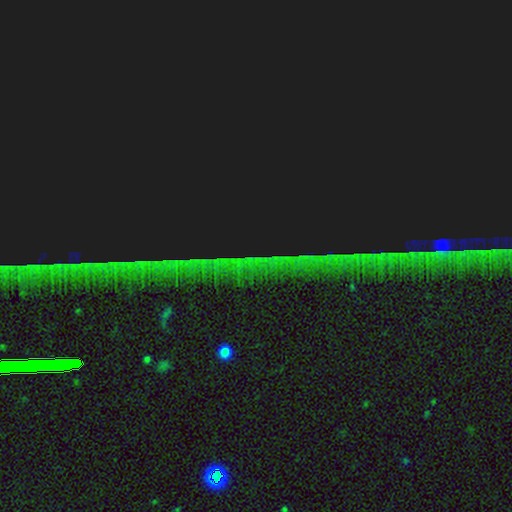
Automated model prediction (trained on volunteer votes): Smooth or featured? star or artifact (85%)